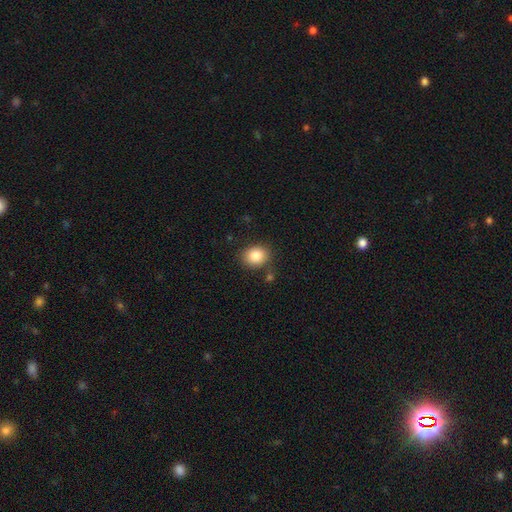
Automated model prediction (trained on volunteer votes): Smooth or featured? smooth (85%)
How rounded? round (61%)
Merging? none (82%)